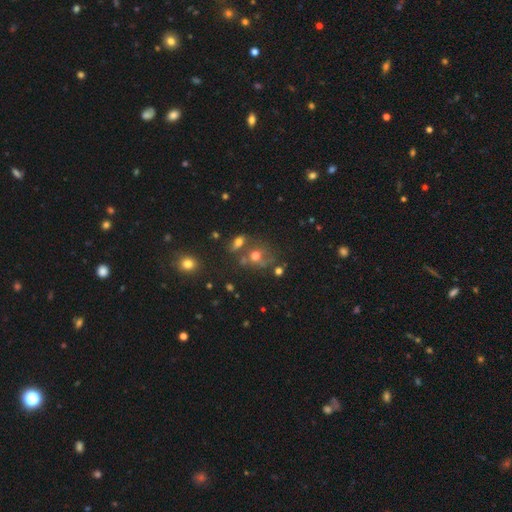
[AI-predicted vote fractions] The model was most divided on "merging": none: 46%, merger: 31%, minor disturbance: 14%, major disturbance: 9%. More confident: how rounded — round (66%); smooth or featured — smooth (62%).